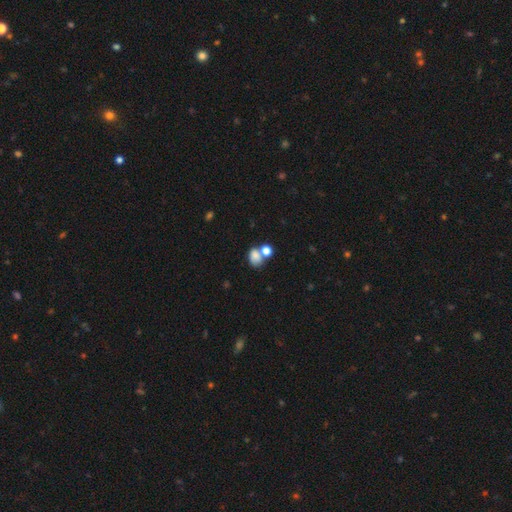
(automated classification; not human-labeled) Smooth or featured: smooth — 75% (featured or disk — 13%)
How rounded: in between — 63% (round — 36%)
Merging: merger — 45% (none — 34%)